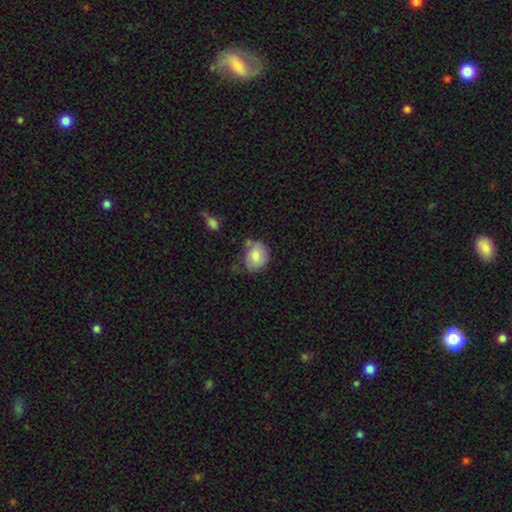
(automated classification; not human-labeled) Smooth or featured? Predicted: smooth (p=0.76). How rounded? Predicted: in between (p=0.51). Merging? Predicted: none (p=0.54).